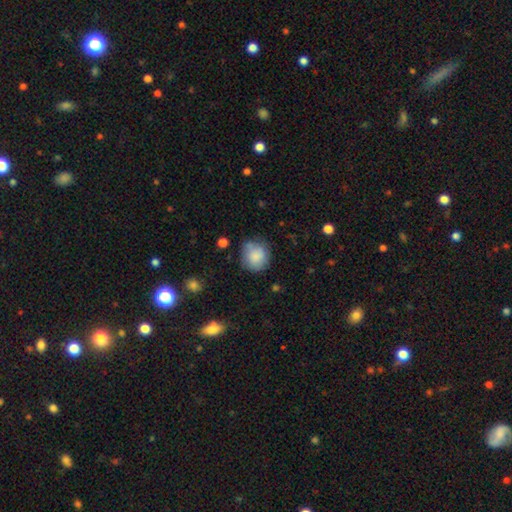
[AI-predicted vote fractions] smooth_or_featured: smooth (p=0.83) [alt: featured or disk p=0.09]
how_rounded: round (p=0.83) [alt: in between p=0.16]
merging: none (p=0.68) [alt: minor disturbance p=0.22]